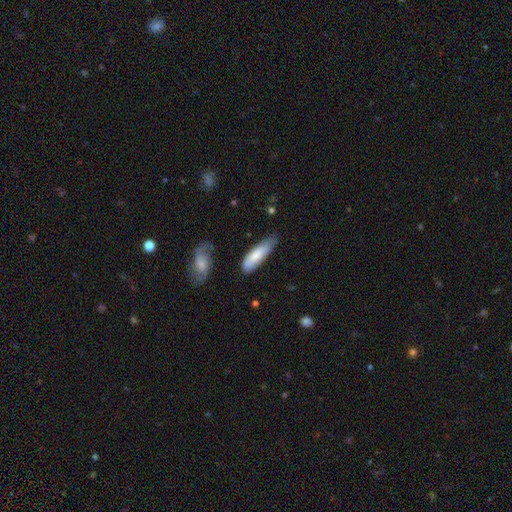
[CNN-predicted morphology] This appears to be a smooth galaxy with no disk features (75%) that is cigar-shaped (55%). Merging: none (57%).